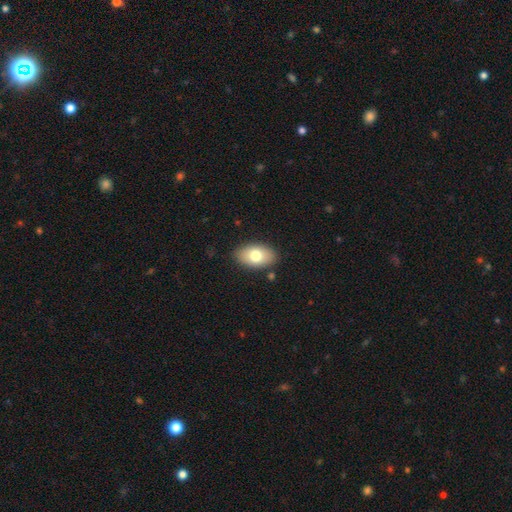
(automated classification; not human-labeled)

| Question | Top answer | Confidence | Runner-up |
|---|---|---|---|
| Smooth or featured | smooth | 75% | featured or disk (18%) |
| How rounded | in between | 92% | round (7%) |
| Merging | none | 86% | minor disturbance (10%) |